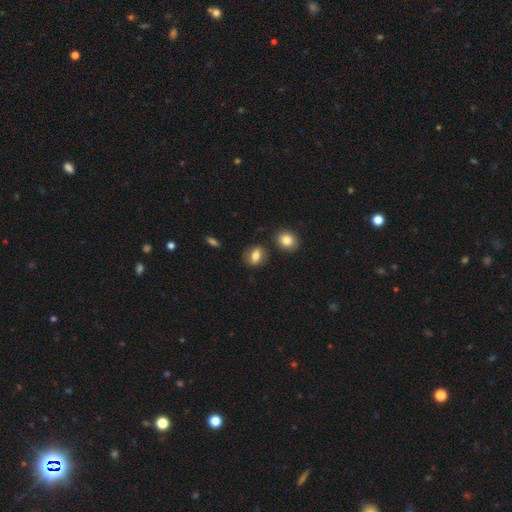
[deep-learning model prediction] Overall: smooth (77%). How rounded: in between (65%; round 32%). Merging: none (77%).